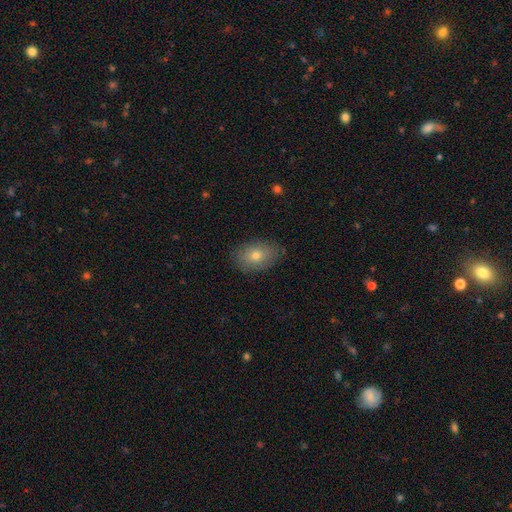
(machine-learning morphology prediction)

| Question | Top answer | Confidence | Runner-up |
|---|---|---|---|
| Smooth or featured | smooth | 73% | featured or disk (18%) |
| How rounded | in between | 83% | round (16%) |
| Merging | none | 83% | minor disturbance (13%) |